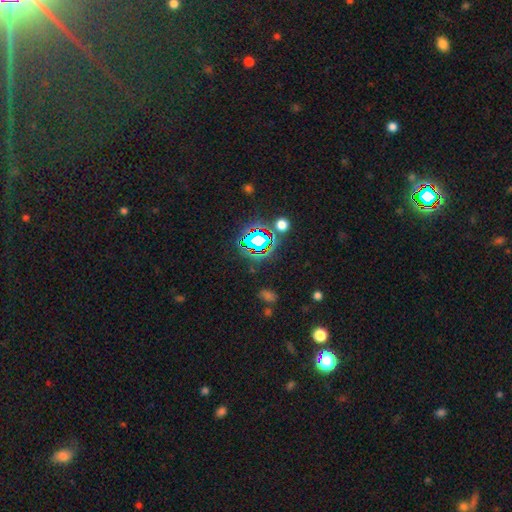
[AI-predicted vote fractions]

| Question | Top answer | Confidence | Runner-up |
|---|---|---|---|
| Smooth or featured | star or artifact | 78% | smooth (14%) |